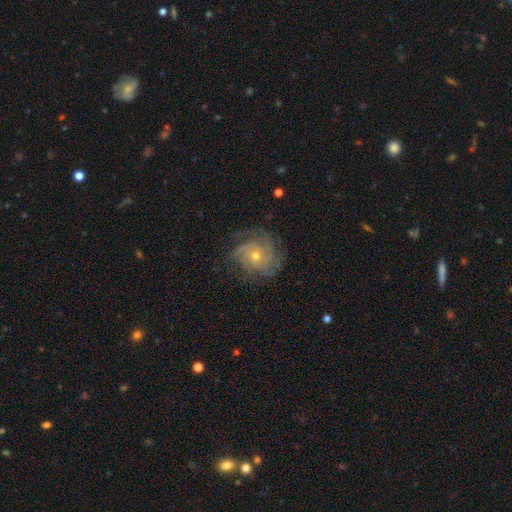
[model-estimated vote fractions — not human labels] Smooth or featured?
  - featured or disk: 82% *
  - smooth: 10%
  - star or artifact: 8%
Edge-on disk?
  - no: 97% *
  - yes: 3%
Bar?
  - no: 78% *
  - weak: 19%
  - strong: 3%
Spiral arms?
  - yes: 96% *
  - no: 4%
Spiral winding?
  - tight: 61% *
  - medium: 31%
  - loose: 8%
Spiral arm count?
  - can't tell: 26% * (tied)
  - 3: 26% * (tied)
  - 4: 20%
  - 2: 13%
  - more than 4: 8%
  - 1: 7%
Bulge size?
  - small: 56% *
  - moderate: 41%
  - large: 1%
  - none: 1%
  - dominant: 1%
Merging?
  - none: 75% *
  - minor disturbance: 16%
  - major disturbance: 7%
  - merger: 1%